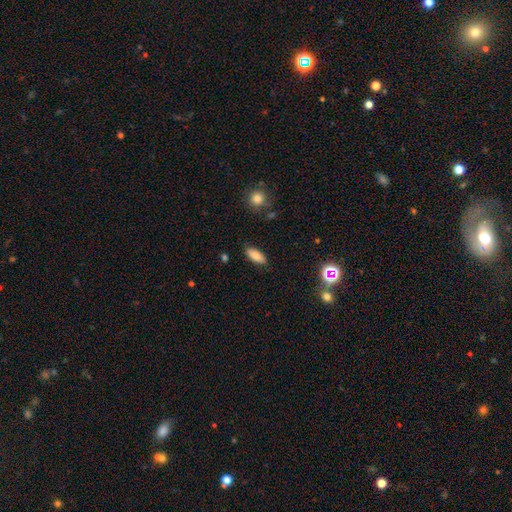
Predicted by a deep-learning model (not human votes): Smooth or featured? smooth (80%)
How rounded? in between (82%)
Merging? none (86%)